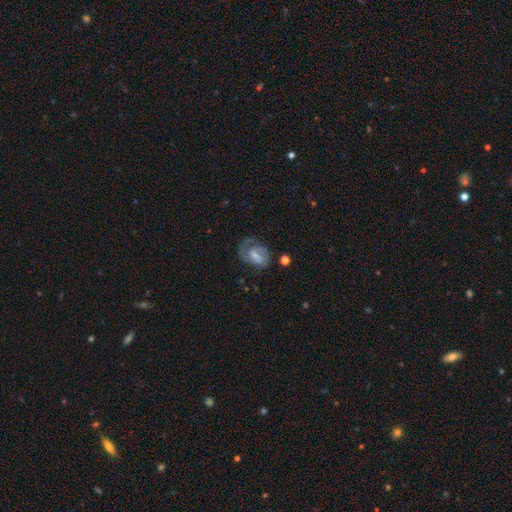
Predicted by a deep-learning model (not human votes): This appears to be a featured or disk galaxy (74%) with a weak bar (52%), 2 (64%) medium (46%) spiral arms (90%) and a small central bulge (49%). Merging: none (56%).